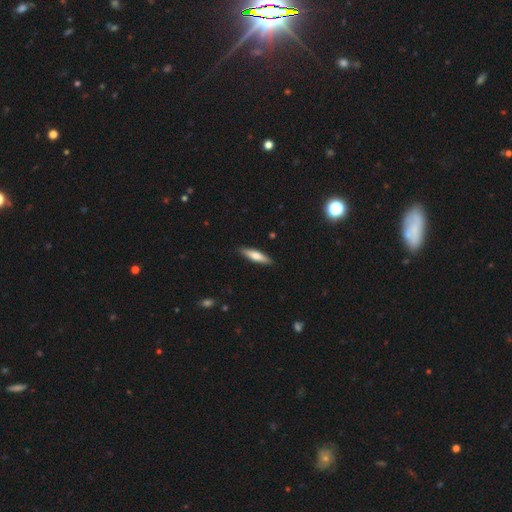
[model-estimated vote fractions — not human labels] This appears to be a smooth galaxy with no disk features (66%) that is cigar-shaped (73%). Merging: none (89%).